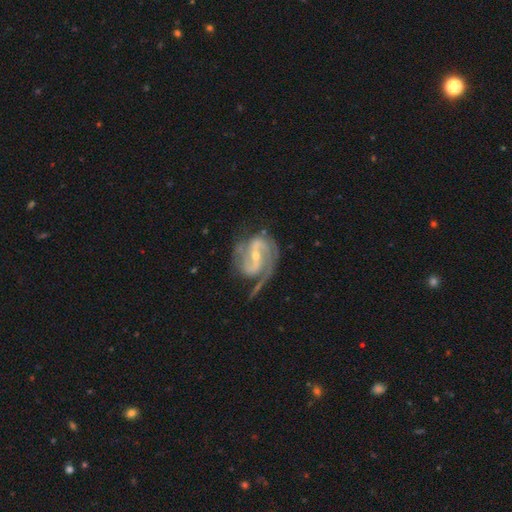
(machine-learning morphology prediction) Smooth or featured: featured or disk — 91% (star or artifact — 5%)
Edge-on disk: no — 97% (yes — 3%)
Bar: strong — 50% (weak — 38%)
Spiral arms: yes — 97% (no — 3%)
Spiral winding: medium — 52% (tight — 30%)
Spiral arm count: 2 — 78% (3 — 8%)
Bulge size: small — 63% (moderate — 33%)
Merging: none — 56% (minor disturbance — 22%)